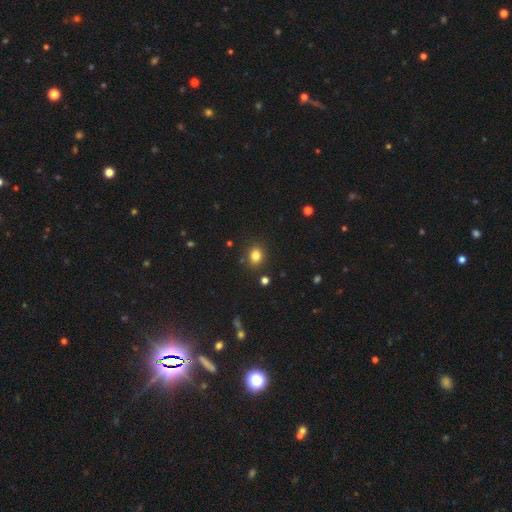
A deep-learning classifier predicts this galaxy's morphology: Overall: smooth (82%). How rounded: round (63%; in between 36%). Merging: none (86%).